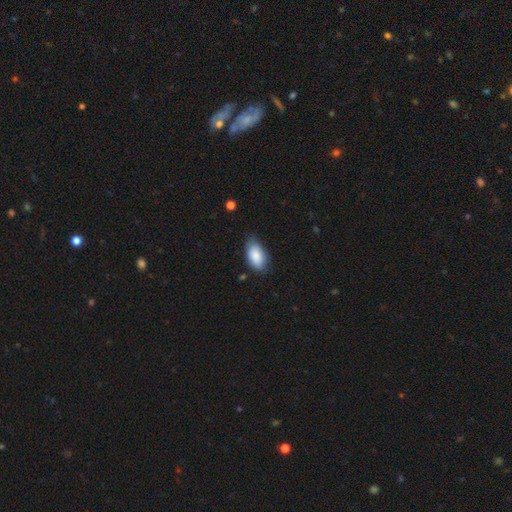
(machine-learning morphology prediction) smooth 87%, featured or disk 7%, star or artifact 6%. Down the decision tree: how rounded — in between (94%); merging — none (71%).